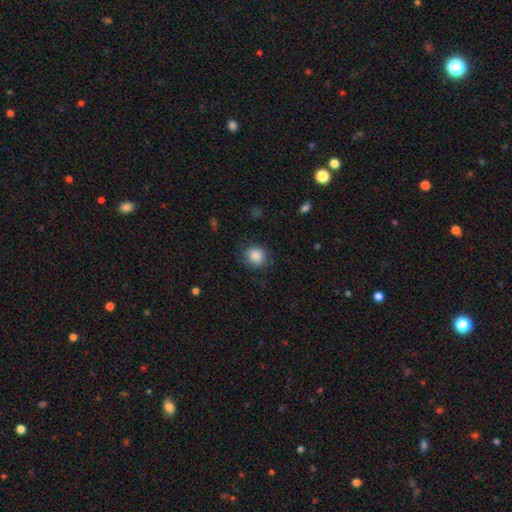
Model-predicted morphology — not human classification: A smooth galaxy with no disk features (87%) that is round (80%).

Vote fractions:
- Smooth or featured? smooth: 87% / star or artifact: 8% / featured or disk: 5%
- How rounded? round: 80% / in between: 19% / cigar-shaped: 1%
- Merging? none: 79% / minor disturbance: 14% / major disturbance: 5% / merger: 1%